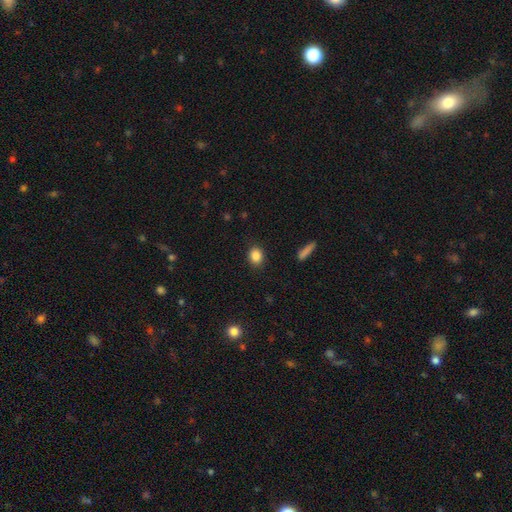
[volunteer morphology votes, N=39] smooth 95%, featured or disk 3%, star or artifact 3%. Down the decision tree: how rounded — round (68%); merging — none (84%).